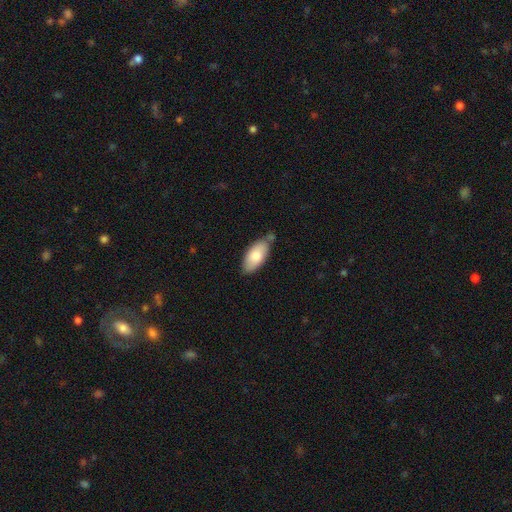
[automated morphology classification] Smooth or featured? Predicted: smooth (p=0.78). How rounded? Predicted: in between (p=0.90). Merging? Predicted: none (p=0.67).